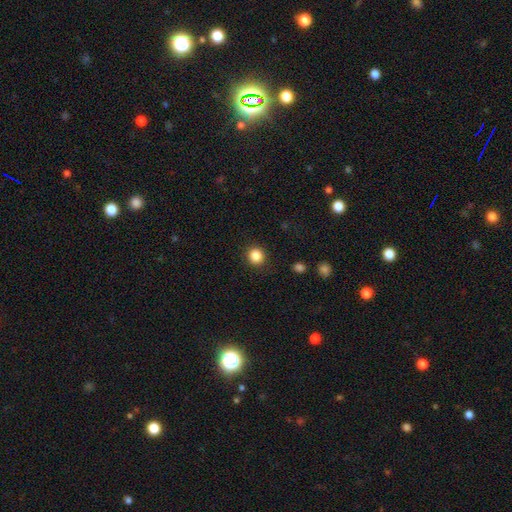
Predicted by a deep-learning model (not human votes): Q: Smooth or featured?
A: smooth (86%); runner-up: star or artifact (10%)
Q: How rounded?
A: round (89%); runner-up: in between (10%)
Q: Merging?
A: none (90%); runner-up: minor disturbance (7%)